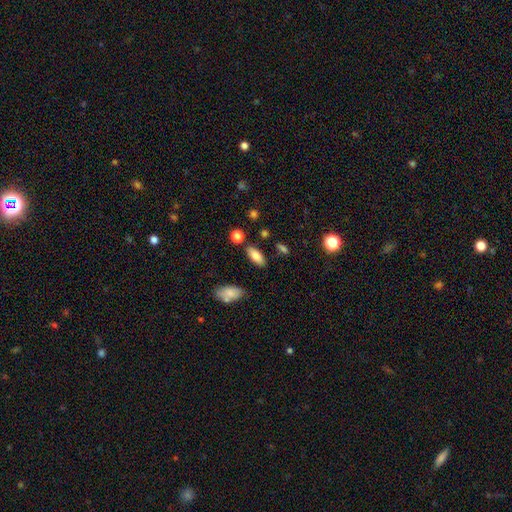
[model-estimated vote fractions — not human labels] The model was most divided on "how rounded": in between: 83%, cigar-shaped: 15%, round: 3%. More confident: merging — none (82%); smooth or featured — smooth (80%).